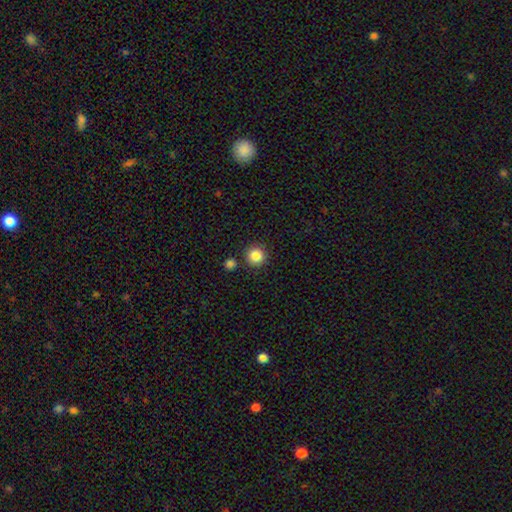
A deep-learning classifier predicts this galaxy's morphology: Q: Smooth or featured?
A: smooth (86%); runner-up: star or artifact (10%)
Q: How rounded?
A: round (95%); runner-up: in between (5%)
Q: Merging?
A: none (87%); runner-up: minor disturbance (6%)